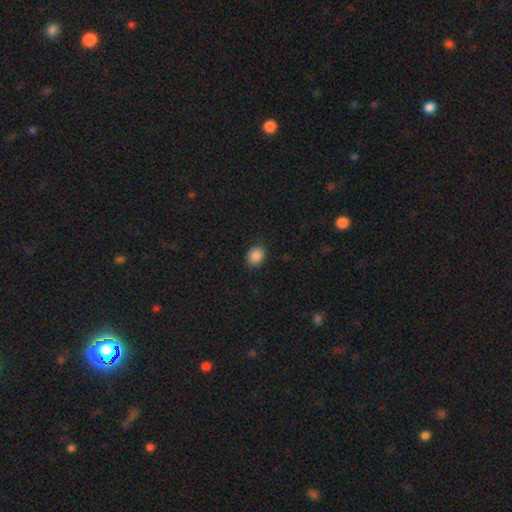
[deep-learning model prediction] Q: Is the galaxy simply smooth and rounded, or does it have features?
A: smooth — 88%.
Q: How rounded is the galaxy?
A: in between — 58%.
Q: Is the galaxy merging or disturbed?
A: none — 84%.